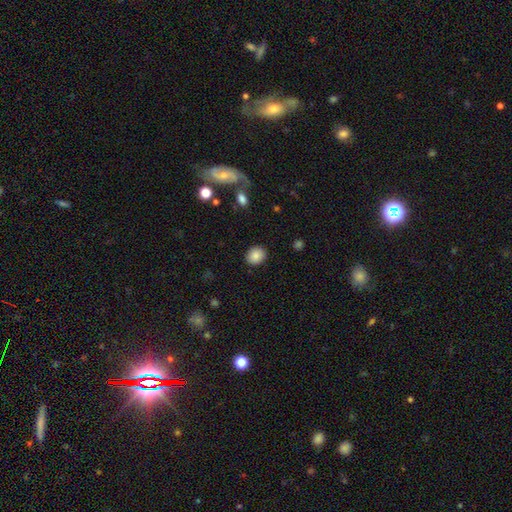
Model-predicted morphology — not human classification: smooth-or-featured: smooth: 86% | star or artifact: 9% | featured or disk: 5%
  how-rounded: round: 65% | in between: 34% | cigar-shaped: 1%
  merging: none: 89% | minor disturbance: 7% | major disturbance: 2% | merger: 1%